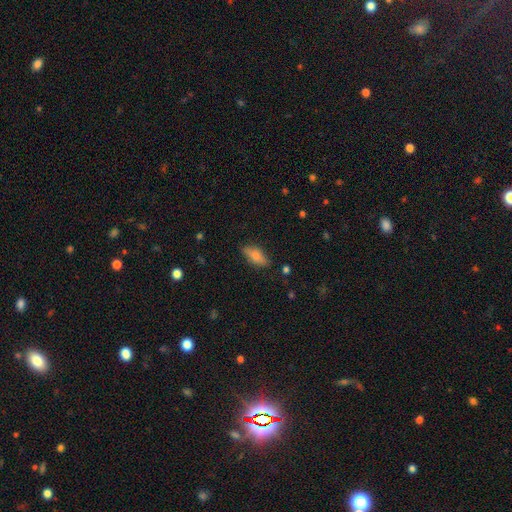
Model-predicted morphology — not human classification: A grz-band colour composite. It shows a smooth galaxy with no disk features (73%) that is in between round and cigar-shaped (71%). Merging: none (78%).